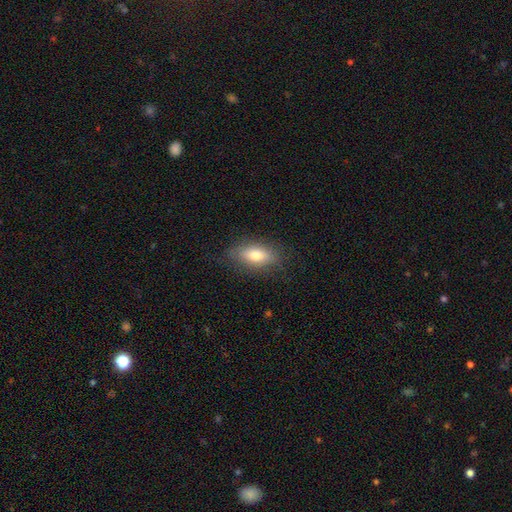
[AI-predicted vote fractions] Smooth or featured? Predicted: smooth (p=0.74). How rounded? Predicted: in between (p=0.82). Merging? Predicted: none (p=0.83).